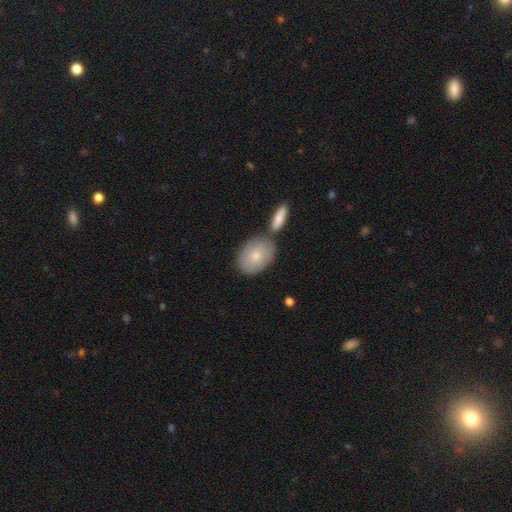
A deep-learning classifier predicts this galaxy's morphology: Smooth or featured? Predicted: smooth (p=0.76). How rounded? Predicted: in between (p=0.76). Merging? Predicted: none (p=0.61).